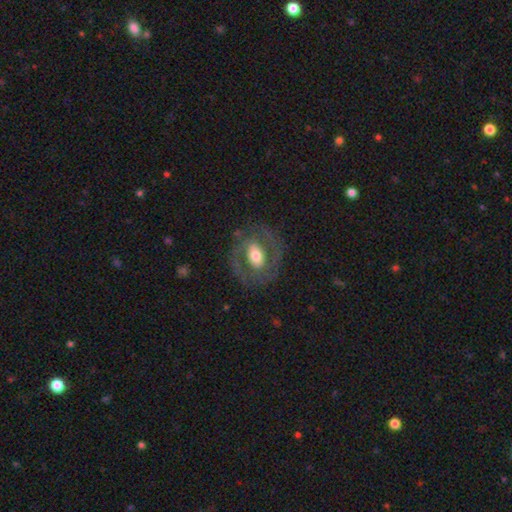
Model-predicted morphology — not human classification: The model was most divided on "bar": no: 41%, weak: 34%, strong: 25%. More confident: edge-on disk — no (95%); merging — none (73%); smooth or featured — featured or disk (67%); spiral arms — yes (63%); bulge size — moderate (56%).